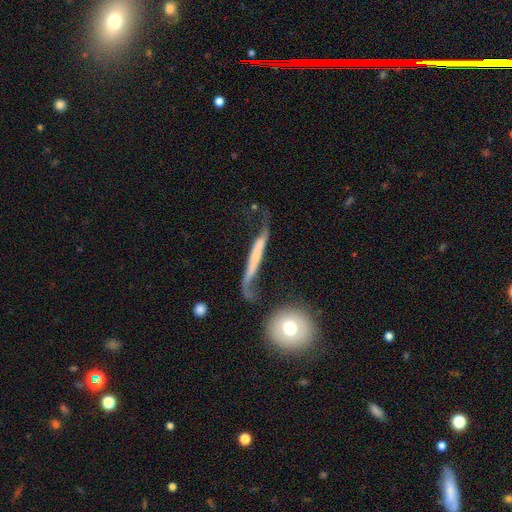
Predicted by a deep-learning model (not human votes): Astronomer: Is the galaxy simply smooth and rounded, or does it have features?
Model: featured or disk — 62%.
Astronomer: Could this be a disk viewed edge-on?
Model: yes — 51% (runner-up: no, 49%).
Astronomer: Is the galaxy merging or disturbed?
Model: none — 35% (runner-up: major disturbance, 33%).